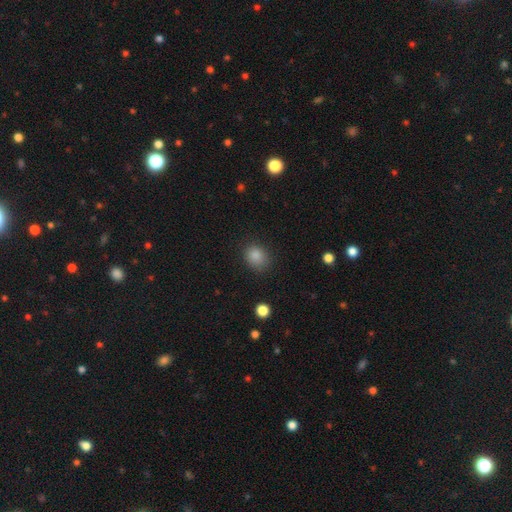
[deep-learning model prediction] Overall: smooth (85%). How rounded: round (64%; in between 35%). Merging: none (80%).